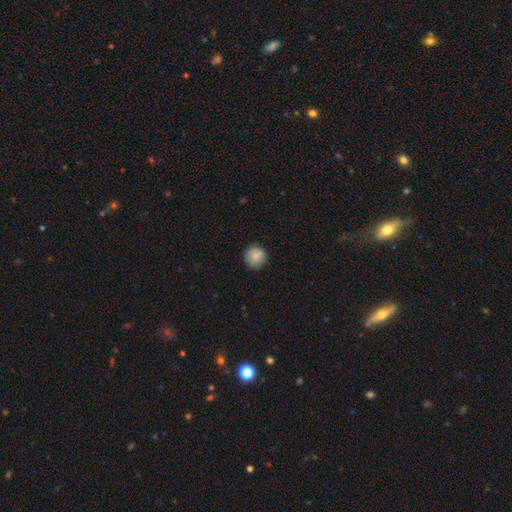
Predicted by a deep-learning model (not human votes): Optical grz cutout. It shows a smooth galaxy with no disk features (84%) that is round (93%). Merging: none (85%).